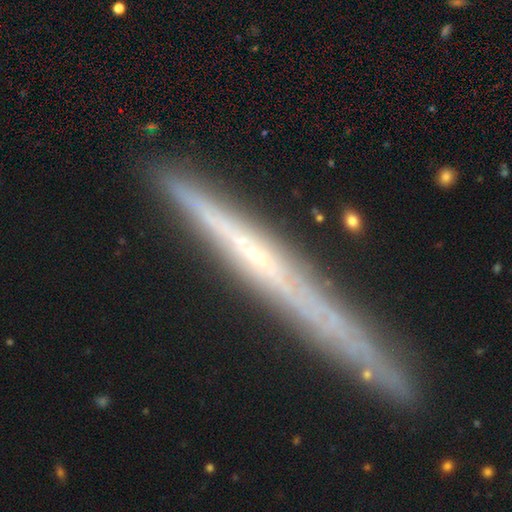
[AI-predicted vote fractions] This is likely a featured or disk galaxy (75%). It is clearly viewed edge-on (96%). Edge-on bulge: likely none (73%). Merging: clearly none (86%).